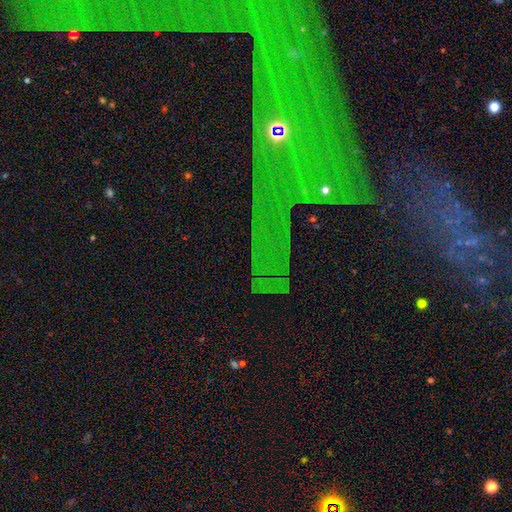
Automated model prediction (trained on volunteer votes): This is likely a star or artifact rather than a galaxy (70%).